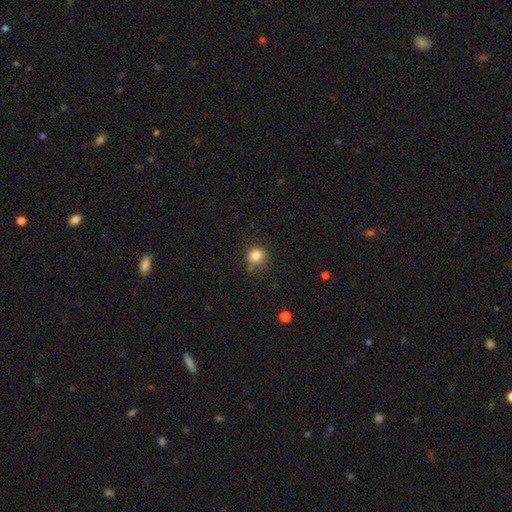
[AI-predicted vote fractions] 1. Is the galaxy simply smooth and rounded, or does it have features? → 84% smooth, 11% star or artifact, 4% featured or disk.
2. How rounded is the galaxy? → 91% round, 8% in between, 1% cigar-shaped.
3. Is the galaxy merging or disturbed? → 78% none, 14% minor disturbance, 4% merger, 4% major disturbance.